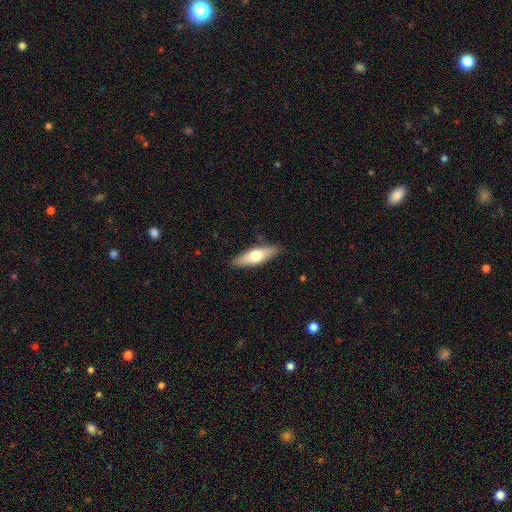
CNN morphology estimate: A smooth galaxy with no disk features (61%) that is cigar-shaped (52%).

Vote fractions:
- Smooth or featured? smooth: 61% / featured or disk: 34% / star or artifact: 6%
- How rounded? cigar-shaped: 52% / in between: 46% / round: 2%
- Merging? none: 88% / minor disturbance: 9% / major disturbance: 2% / merger: 1%